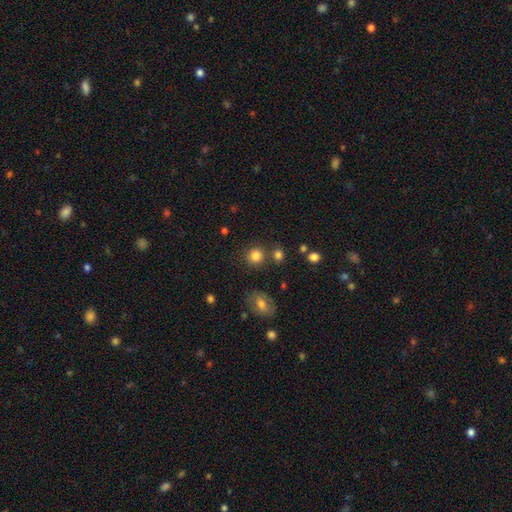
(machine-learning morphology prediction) smooth-or-featured: smooth: 83% | star or artifact: 12% | featured or disk: 5%
  how-rounded: round: 88% | in between: 11% | cigar-shaped: 1%
  merging: none: 78% | merger: 10% | minor disturbance: 8% | major disturbance: 3%